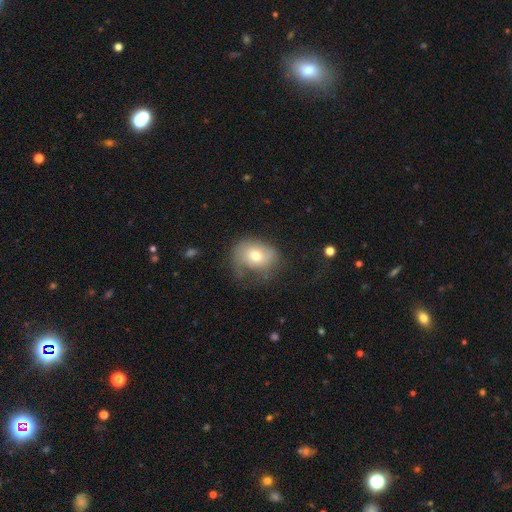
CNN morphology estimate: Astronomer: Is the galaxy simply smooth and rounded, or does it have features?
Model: smooth — 67%.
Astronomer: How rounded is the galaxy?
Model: in between — 54% (runner-up: round, 45%).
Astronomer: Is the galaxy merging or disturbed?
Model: none — 42% (runner-up: minor disturbance, 32%).